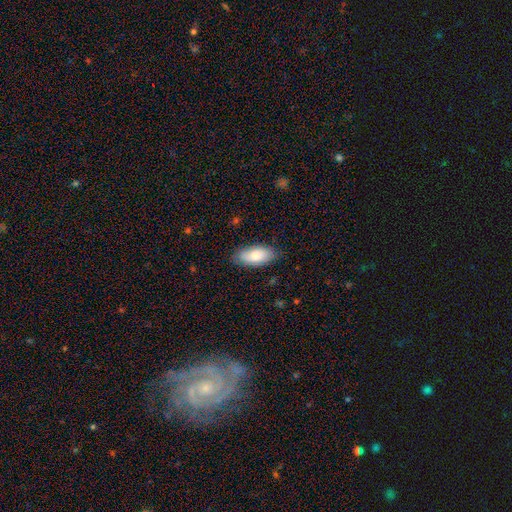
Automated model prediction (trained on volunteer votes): Smooth or featured?
  - smooth: 79% *
  - featured or disk: 15%
  - star or artifact: 6%
How rounded?
  - in between: 90% *
  - cigar-shaped: 8%
  - round: 2%
Merging?
  - none: 79% *
  - minor disturbance: 16%
  - major disturbance: 3%
  - merger: 1%